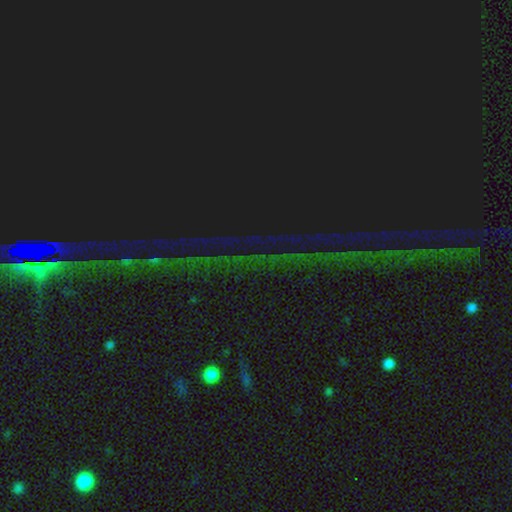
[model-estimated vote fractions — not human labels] Smooth or featured: star or artifact — 85% (smooth — 8%)